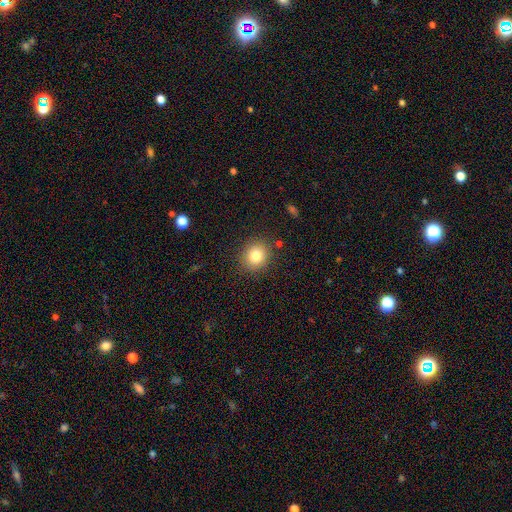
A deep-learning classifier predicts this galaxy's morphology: A smooth galaxy with no disk features (81%) that is round (78%).

Vote fractions:
- Smooth or featured? smooth: 81% / star or artifact: 11% / featured or disk: 8%
- How rounded? round: 78% / in between: 21% / cigar-shaped: 1%
- Merging? none: 87% / minor disturbance: 8% / major disturbance: 3% / merger: 2%